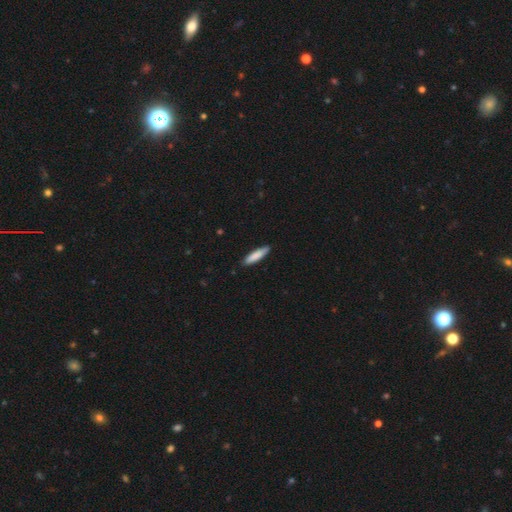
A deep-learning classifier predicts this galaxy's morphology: This appears to be a smooth galaxy with no disk features (84%) that is cigar-shaped (77%). Merging: none (86%).